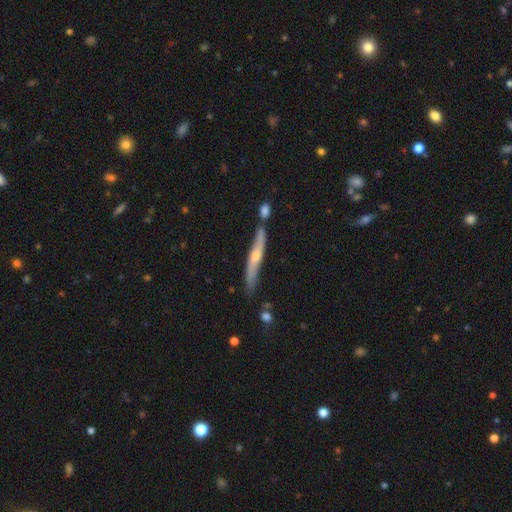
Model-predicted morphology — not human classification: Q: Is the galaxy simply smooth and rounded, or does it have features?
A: featured or disk — 68%.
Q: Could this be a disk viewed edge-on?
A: yes — 88%.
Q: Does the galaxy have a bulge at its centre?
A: rounded — 79%.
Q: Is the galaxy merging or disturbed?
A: none — 71%.